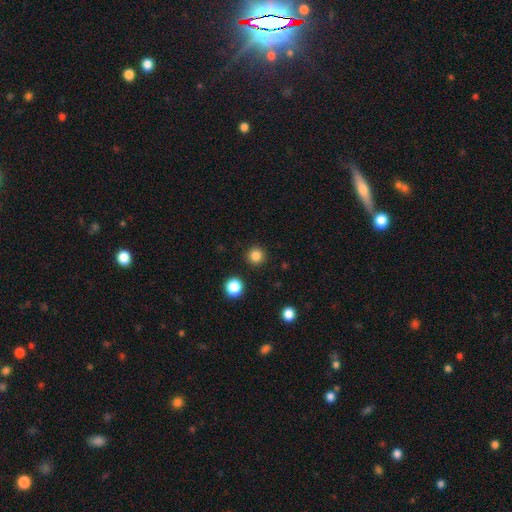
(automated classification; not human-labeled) smooth 84%, star or artifact 13%, featured or disk 3%. Down the decision tree: how rounded — round (95%); merging — none (92%).